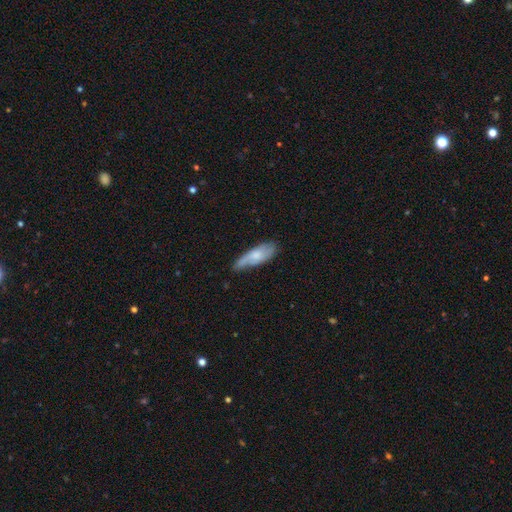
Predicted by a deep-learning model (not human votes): Smooth or featured? smooth (62%)
How rounded? in between (62%)
Merging? none (55%)